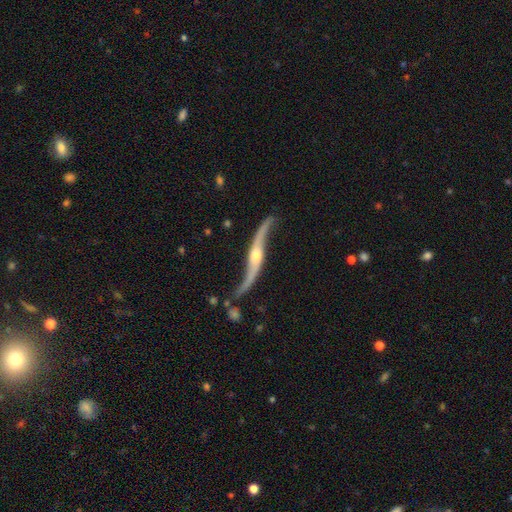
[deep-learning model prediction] Overall: featured or disk (90%). Edge-on disk: no (65%; yes 35%). Bar: no (57%; weak 24%). Spiral arms: yes (96%). Spiral arm count: 2 (94%). Spiral winding: loose (94%). Bulge size: moderate (56%; small 35%). Merging: none (65%).